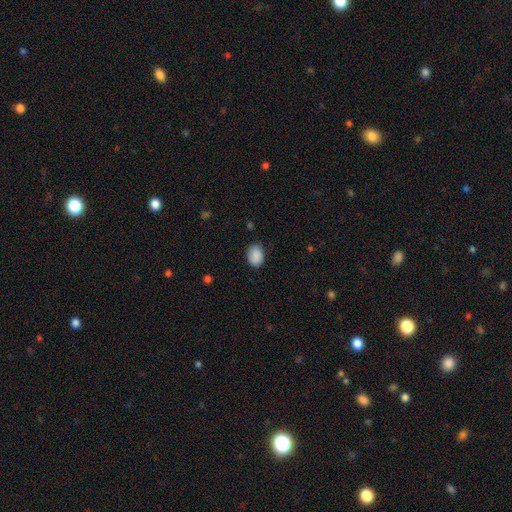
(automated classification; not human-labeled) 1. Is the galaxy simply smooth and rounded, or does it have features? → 90% smooth, 7% star or artifact, 3% featured or disk.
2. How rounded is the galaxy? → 75% in between, 24% round, 1% cigar-shaped.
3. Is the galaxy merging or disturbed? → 83% none, 13% minor disturbance, 3% major disturbance, 1% merger.